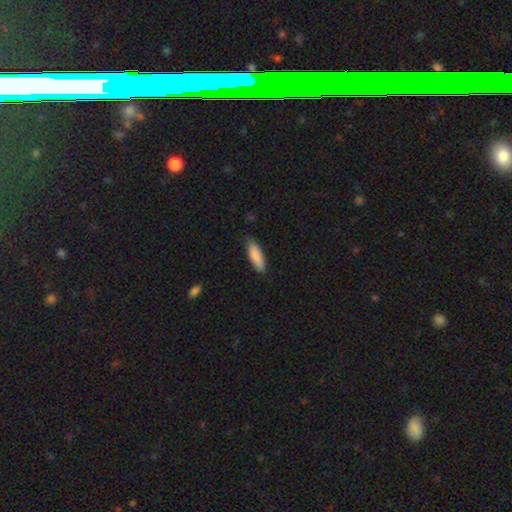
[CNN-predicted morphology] This appears to be a smooth galaxy with no disk features (87%) that is in between round and cigar-shaped (56%). Merging: none (80%).